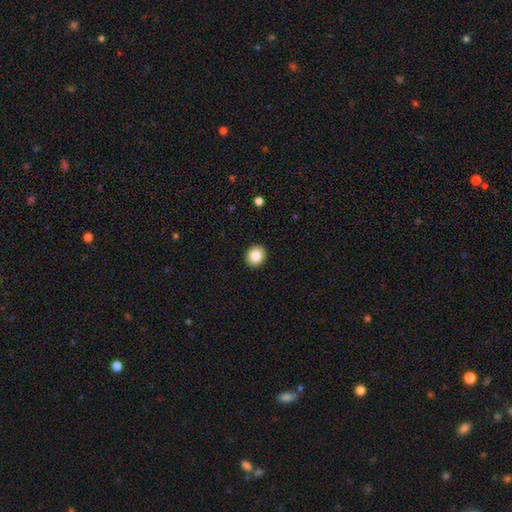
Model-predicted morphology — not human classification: type=smooth (85%); roundness=round (82%); merging=none (92%).